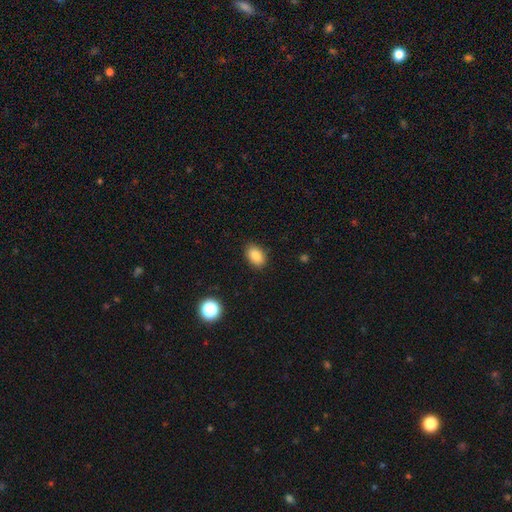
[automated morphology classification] Q: Smooth or featured?
A: smooth (87%); runner-up: star or artifact (9%)
Q: How rounded?
A: in between (87%); runner-up: round (12%)
Q: Merging?
A: none (88%); runner-up: minor disturbance (9%)